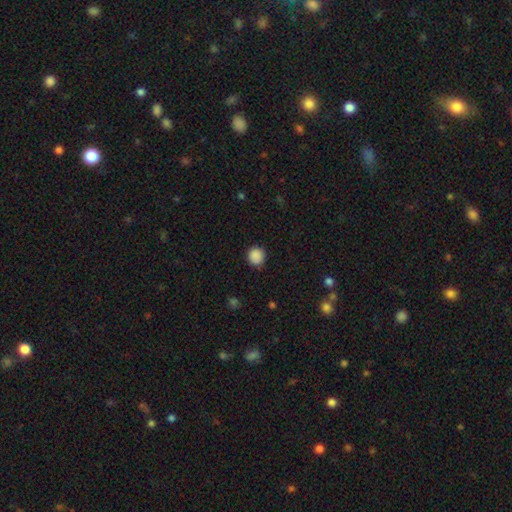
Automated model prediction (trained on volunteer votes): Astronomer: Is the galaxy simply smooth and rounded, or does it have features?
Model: smooth — 88%.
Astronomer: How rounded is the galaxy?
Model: round — 93%.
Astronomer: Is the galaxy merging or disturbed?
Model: none — 88%.